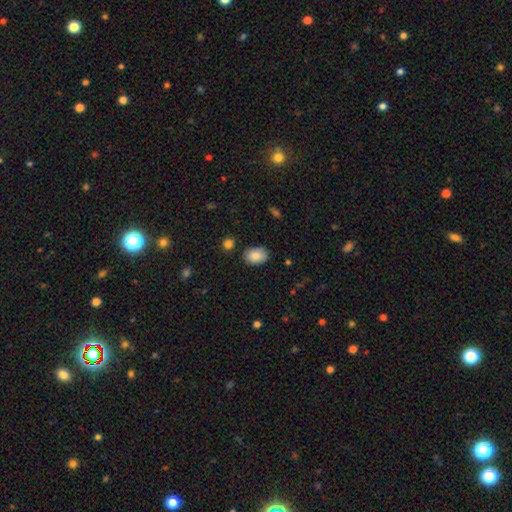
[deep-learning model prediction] Smooth or featured? smooth (88%)
How rounded? in between (82%)
Merging? none (83%)